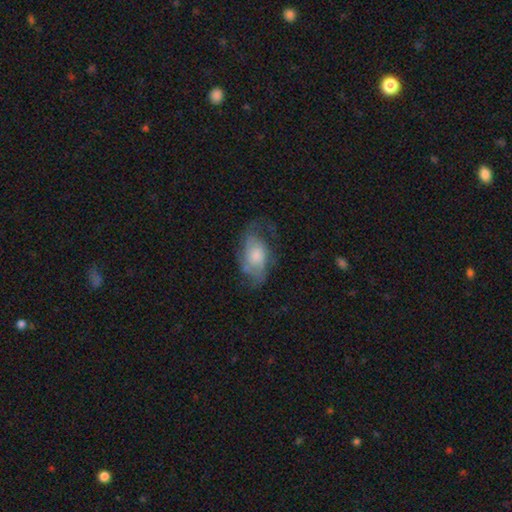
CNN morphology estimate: Overall: featured or disk (59%; smooth 33%). Edge-on disk: no (95%). Bar: no (73%). Spiral arms: yes (80%). Bulge size: moderate (41%; small 27%). Merging: none (46%; major disturbance 26%).